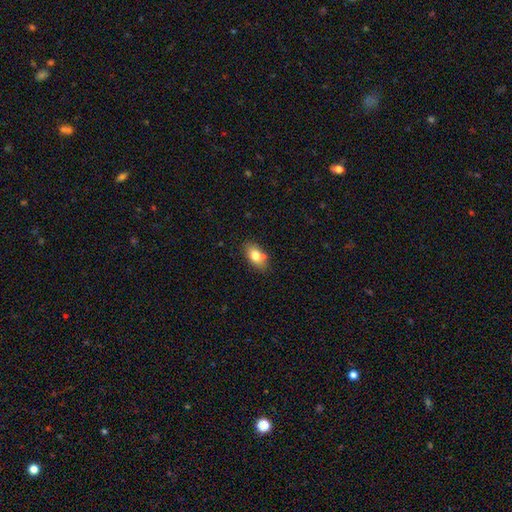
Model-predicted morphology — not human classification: A smooth galaxy with no disk features (78%) that is in between round and cigar-shaped (88%). Merging: none (73%).